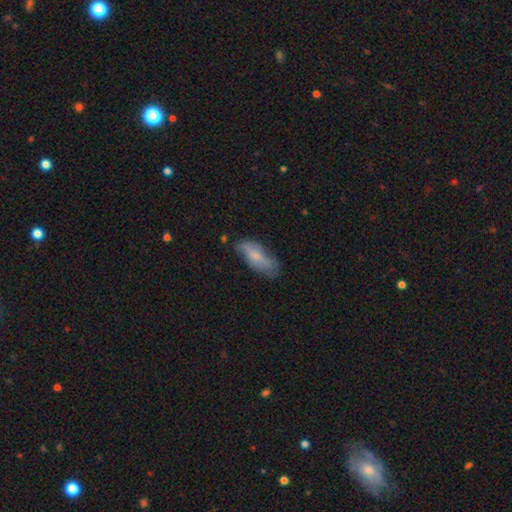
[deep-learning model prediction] Morphology: type=smooth (65%); roundness=in between (69%); merging=none (56%).